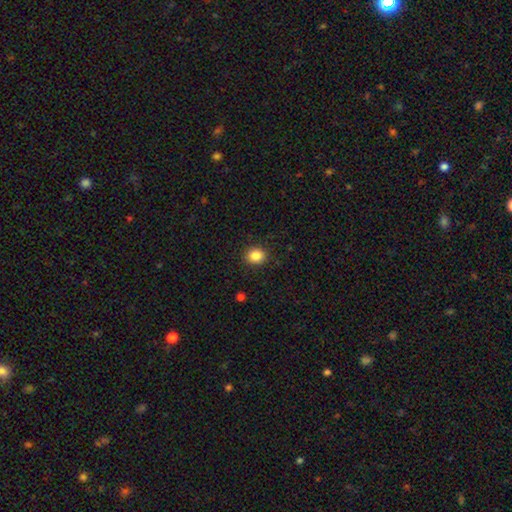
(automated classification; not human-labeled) smooth_or_featured: smooth (p=0.86) [alt: star or artifact p=0.10]
how_rounded: round (p=0.68) [alt: in between p=0.31]
merging: none (p=0.90) [alt: minor disturbance p=0.07]